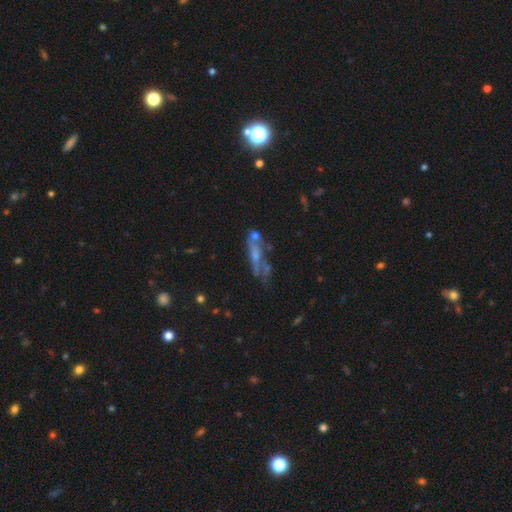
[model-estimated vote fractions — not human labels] This appears to be a featured or disk galaxy (54%). Merging: none (44%).